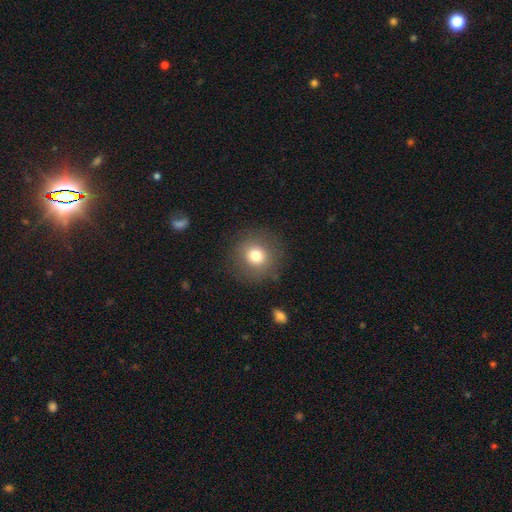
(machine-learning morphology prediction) A smooth galaxy with no disk features (77%) that is round (92%).

Vote fractions:
- Smooth or featured? smooth: 77% / star or artifact: 12% / featured or disk: 12%
- How rounded? round: 92% / in between: 7% / cigar-shaped: 1%
- Merging? none: 87% / minor disturbance: 8% / major disturbance: 4% / merger: 1%